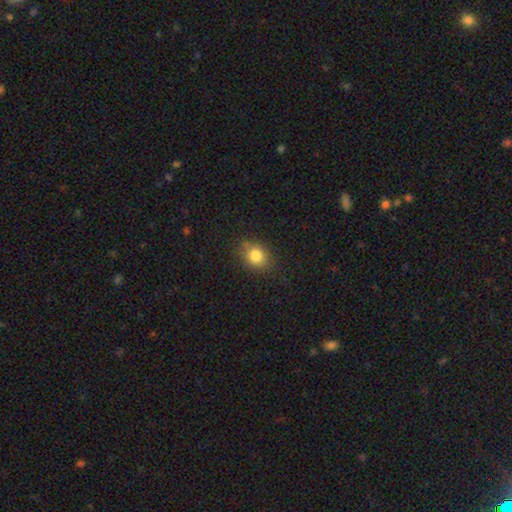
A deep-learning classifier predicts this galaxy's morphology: smooth_or_featured: smooth (p=0.81) [alt: star or artifact p=0.12]
how_rounded: round (p=0.60) [alt: in between p=0.39]
merging: none (p=0.80) [alt: minor disturbance p=0.15]